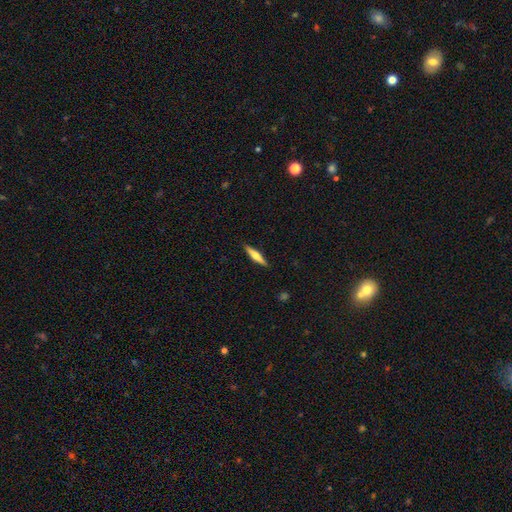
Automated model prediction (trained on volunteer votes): Smooth or featured? smooth (50%)
Merging? none (90%)